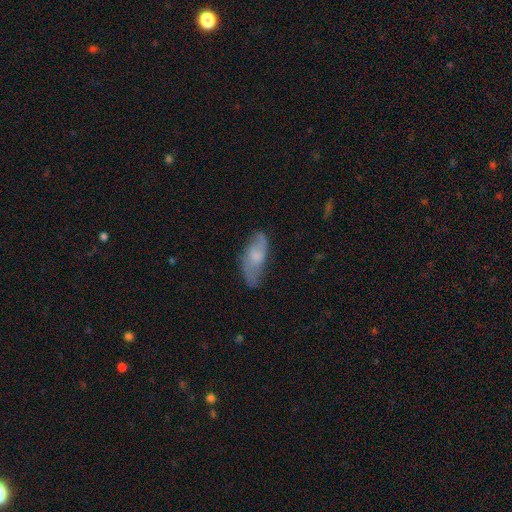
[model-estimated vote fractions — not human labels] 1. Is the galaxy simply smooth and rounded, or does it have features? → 48% smooth, 45% featured or disk, 8% star or artifact.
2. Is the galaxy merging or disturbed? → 60% none, 27% minor disturbance, 10% major disturbance, 2% merger.